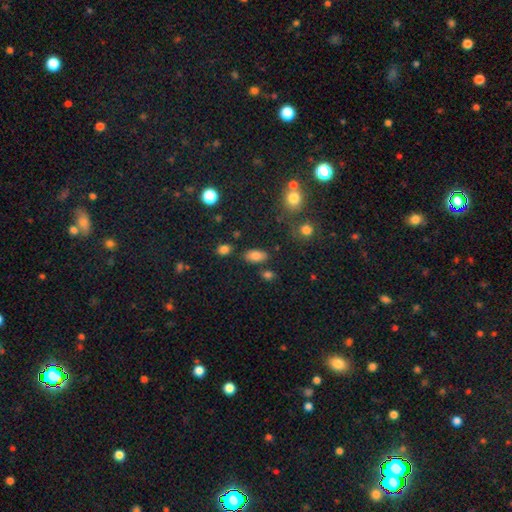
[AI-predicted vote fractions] Smooth or featured: smooth — 81% (star or artifact — 10%)
How rounded: in between — 92% (round — 5%)
Merging: none — 79% (minor disturbance — 12%)